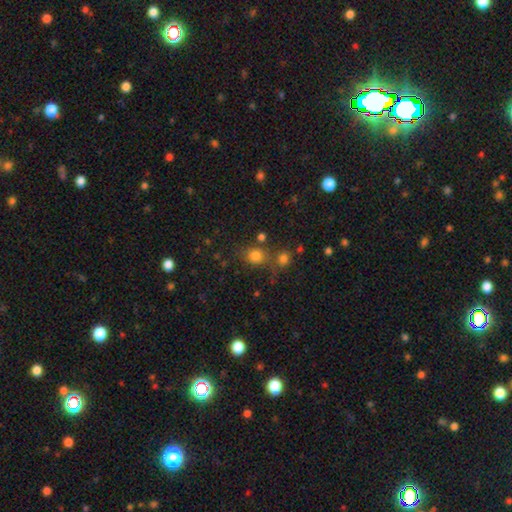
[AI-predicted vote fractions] Q: Smooth or featured?
A: smooth (78%); runner-up: star or artifact (15%)
Q: How rounded?
A: round (74%); runner-up: in between (25%)
Q: Merging?
A: none (63%); runner-up: merger (19%)